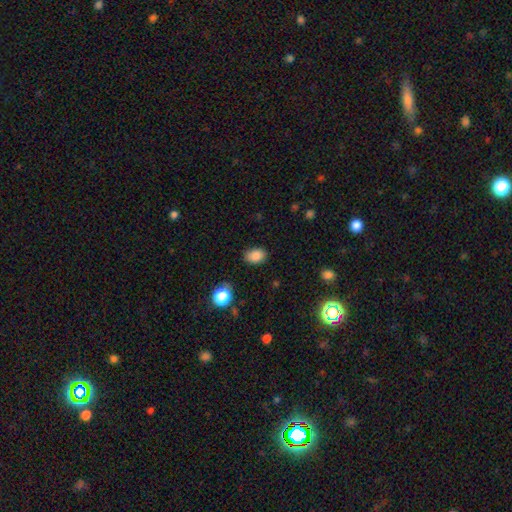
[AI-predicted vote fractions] This is clearly a smooth galaxy (85%). How rounded: likely in between (73%). Merging: likely none (79%).